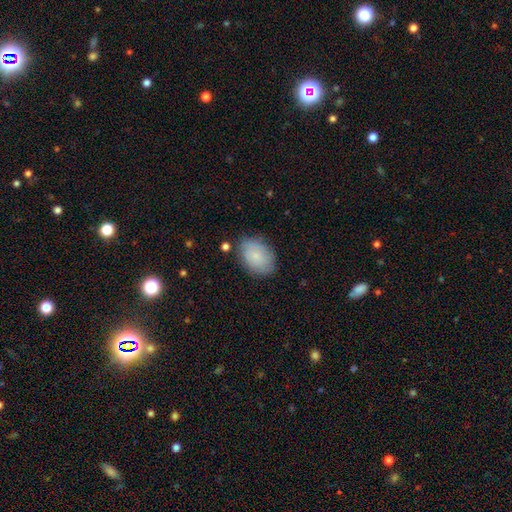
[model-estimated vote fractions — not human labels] smooth 80%, featured or disk 13%, star or artifact 7%. Down the decision tree: how rounded — in between (84%); merging — none (79%).